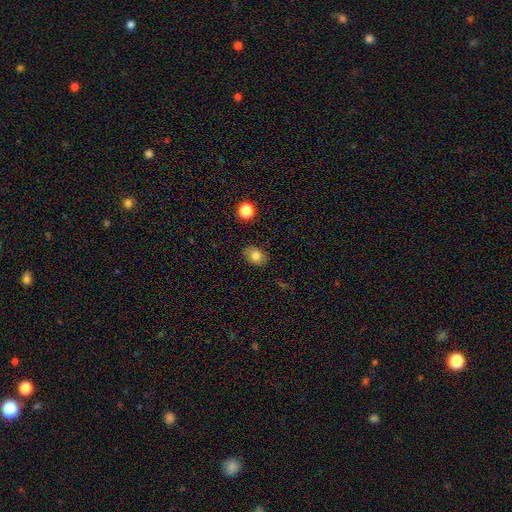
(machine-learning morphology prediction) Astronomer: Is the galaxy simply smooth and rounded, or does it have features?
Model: smooth — 80%.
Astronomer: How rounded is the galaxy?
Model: in between — 59% (runner-up: round, 40%).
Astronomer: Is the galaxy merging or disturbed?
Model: none — 82%.